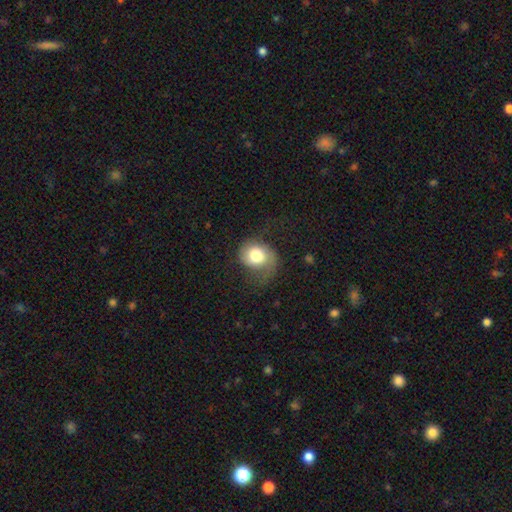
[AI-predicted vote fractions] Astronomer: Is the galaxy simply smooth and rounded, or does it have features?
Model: smooth — 58% (runner-up: featured or disk, 34%).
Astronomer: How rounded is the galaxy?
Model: round — 60% (runner-up: in between, 39%).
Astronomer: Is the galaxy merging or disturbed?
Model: none — 42% (runner-up: major disturbance, 31%).